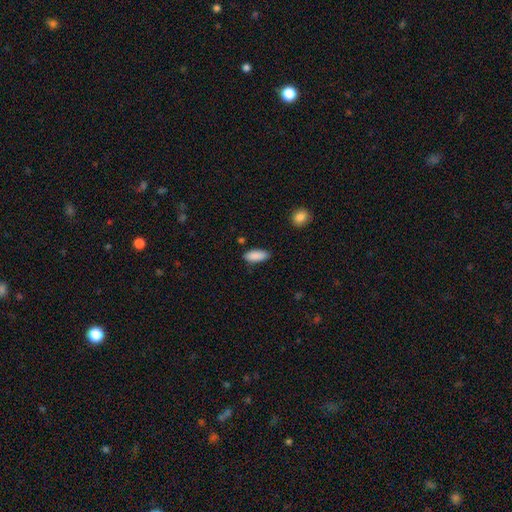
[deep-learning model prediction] A smooth galaxy with no disk features (89%) that is in between round and cigar-shaped (83%). Merging: none (83%).